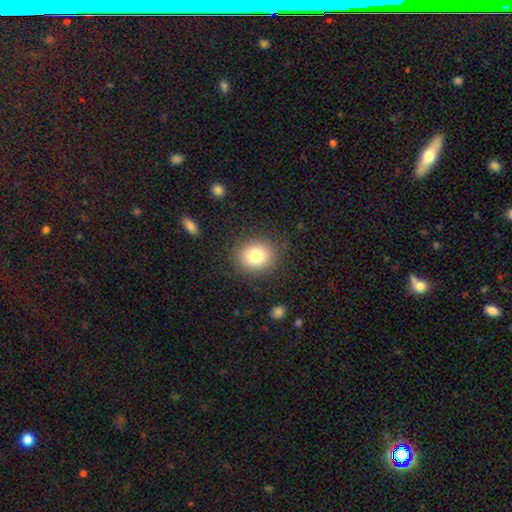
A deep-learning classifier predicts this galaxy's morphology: Smooth or featured? Predicted: smooth (p=0.79). How rounded? Predicted: round (p=0.68). Merging? Predicted: none (p=0.86).